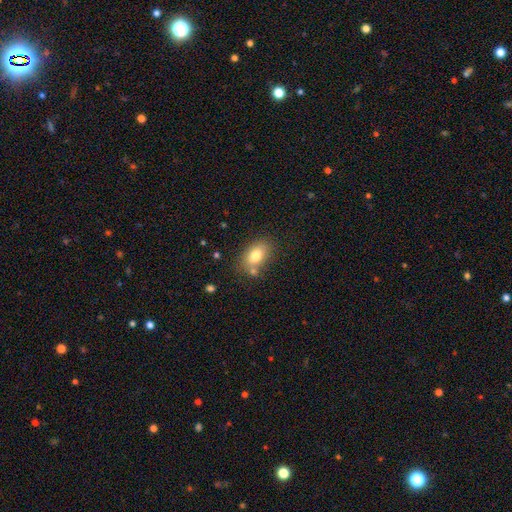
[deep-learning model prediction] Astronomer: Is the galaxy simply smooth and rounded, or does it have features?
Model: smooth — 78%.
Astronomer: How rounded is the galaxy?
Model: in between — 84%.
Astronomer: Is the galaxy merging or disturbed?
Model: none — 67%.